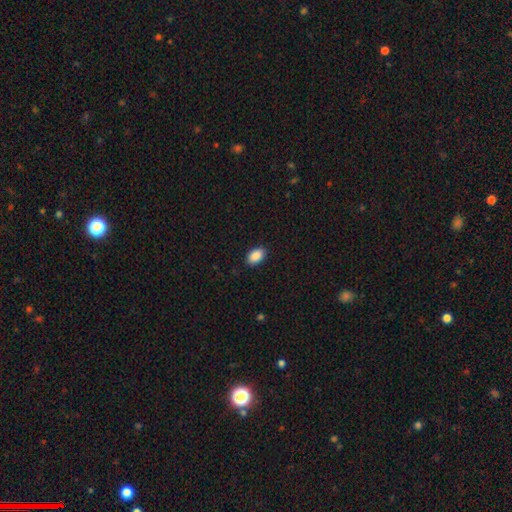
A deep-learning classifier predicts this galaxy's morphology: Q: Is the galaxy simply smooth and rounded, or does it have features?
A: smooth — 90%.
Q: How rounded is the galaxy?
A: in between — 92%.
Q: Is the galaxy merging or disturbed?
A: none — 89%.